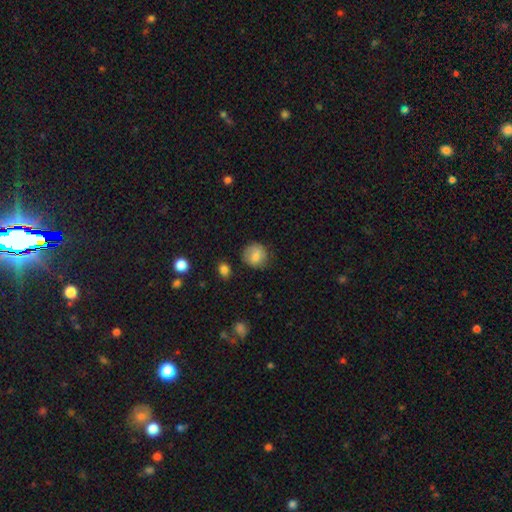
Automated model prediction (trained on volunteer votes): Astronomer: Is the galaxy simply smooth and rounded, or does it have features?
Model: smooth — 81%.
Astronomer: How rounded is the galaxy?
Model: round — 85%.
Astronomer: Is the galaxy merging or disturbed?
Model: none — 78%.